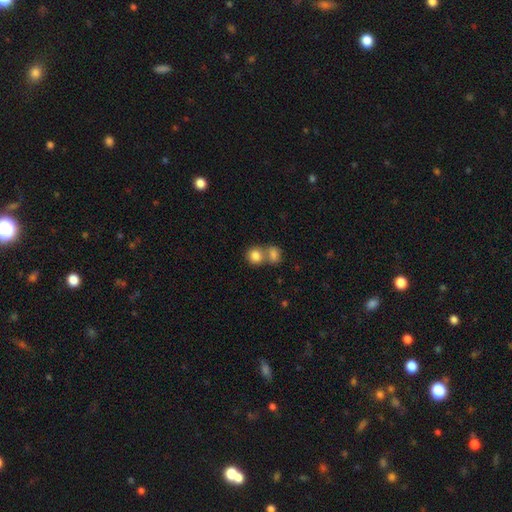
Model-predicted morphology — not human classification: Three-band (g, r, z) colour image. It shows a smooth galaxy with no disk features (83%) that is round (75%). Merging: merger (54%).